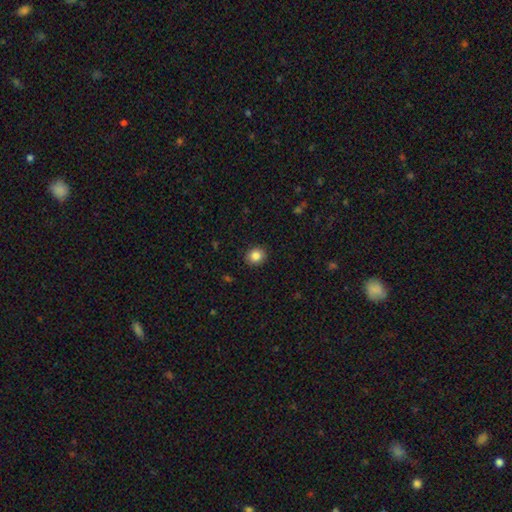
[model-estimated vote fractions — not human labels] Smooth or featured?
  - smooth: 86% *
  - star or artifact: 10%
  - featured or disk: 5%
How rounded?
  - round: 72% *
  - in between: 27%
  - cigar-shaped: 1%
Merging?
  - none: 90% *
  - minor disturbance: 7%
  - major disturbance: 2%
  - merger: 1%